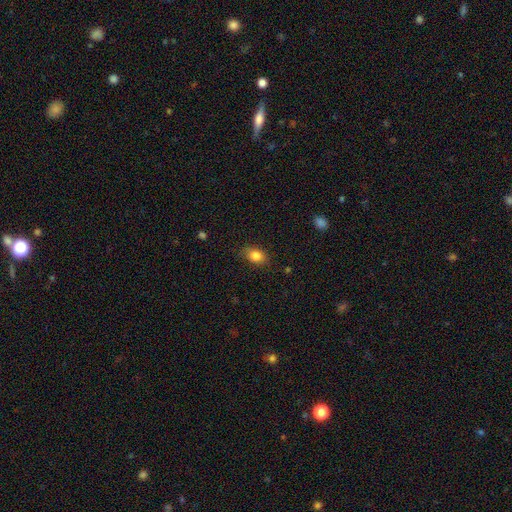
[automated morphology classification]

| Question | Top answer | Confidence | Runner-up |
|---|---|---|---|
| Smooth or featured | smooth | 84% | star or artifact (9%) |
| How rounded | in between | 72% | round (27%) |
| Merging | none | 78% | minor disturbance (17%) |